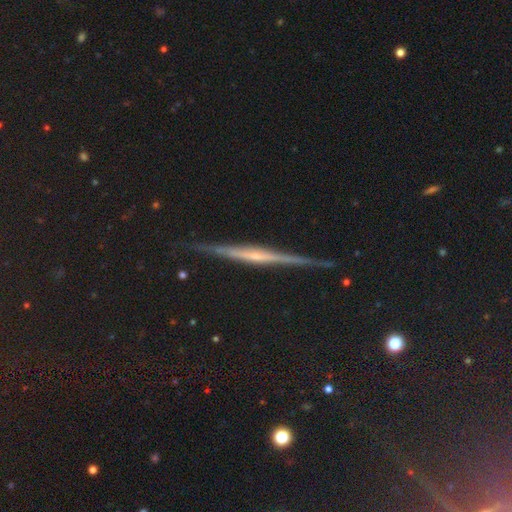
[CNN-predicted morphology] Q: Smooth or featured?
A: featured or disk (75%); runner-up: star or artifact (13%)
Q: Edge-on disk?
A: yes (97%); runner-up: no (3%)
Q: Edge-on bulge?
A: rounded (47%); runner-up: none (35%)
Q: Merging?
A: none (88%); runner-up: minor disturbance (9%)